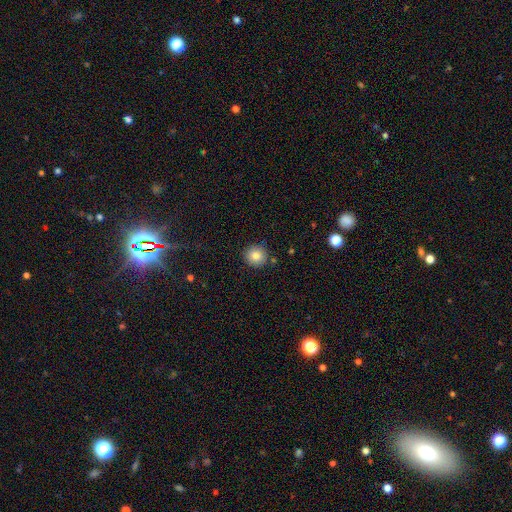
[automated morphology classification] This is clearly a smooth galaxy (83%). How rounded: clearly round (94%). Merging: clearly none (89%).